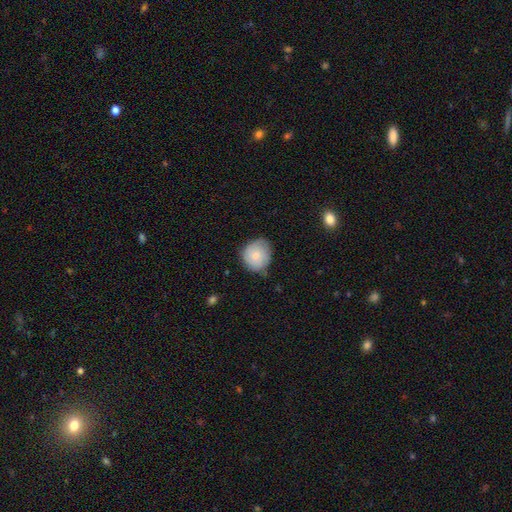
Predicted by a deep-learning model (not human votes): Smooth or featured: smooth — 70% (featured or disk — 23%)
How rounded: round — 86% (in between — 13%)
Merging: none — 69% (minor disturbance — 25%)